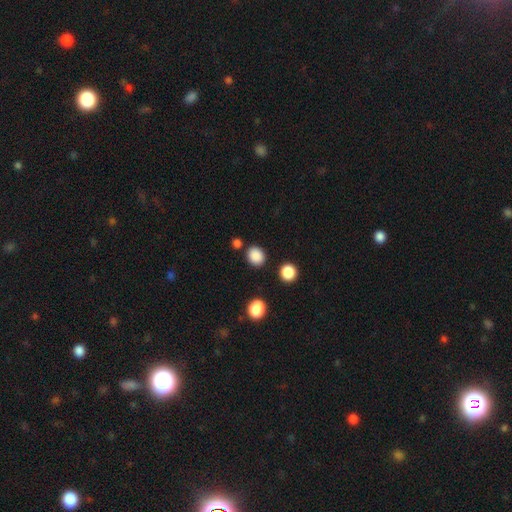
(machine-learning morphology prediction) Smooth or featured: smooth — 86% (star or artifact — 10%)
How rounded: round — 62% (in between — 37%)
Merging: none — 83% (minor disturbance — 9%)